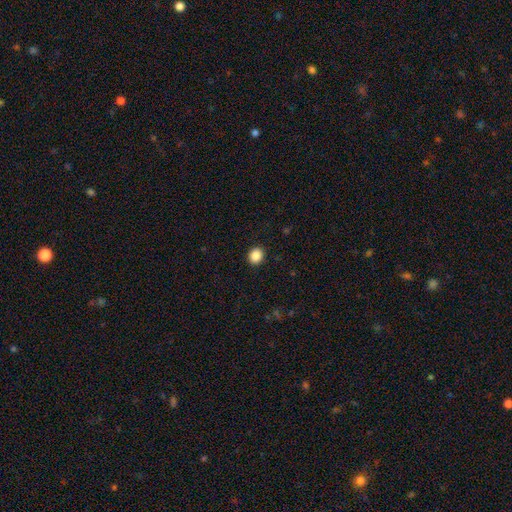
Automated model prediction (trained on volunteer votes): This appears to be a smooth galaxy with no disk features (87%) that is round (74%). Merging: none (92%).